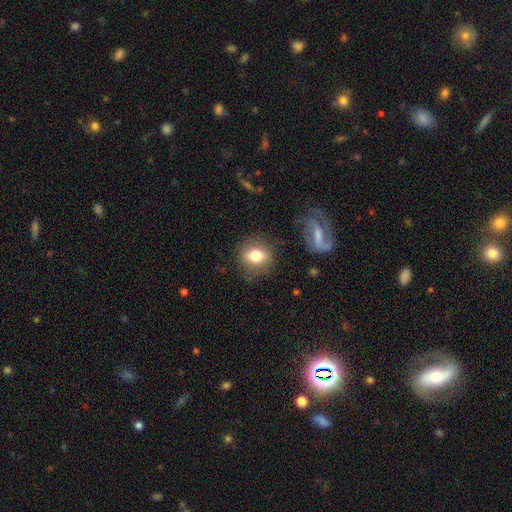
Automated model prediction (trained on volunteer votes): The model was most divided on "how rounded": round: 57%, in between: 41%, cigar-shaped: 2%. More confident: merging — none (77%); smooth or featured — smooth (74%).